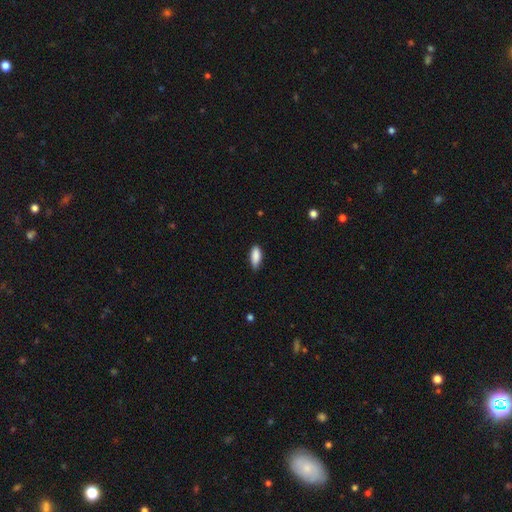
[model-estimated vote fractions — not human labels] The model was most divided on "how rounded": in between: 74%, cigar-shaped: 23%, round: 2%. More confident: smooth or featured — smooth (88%); merging — none (77%).